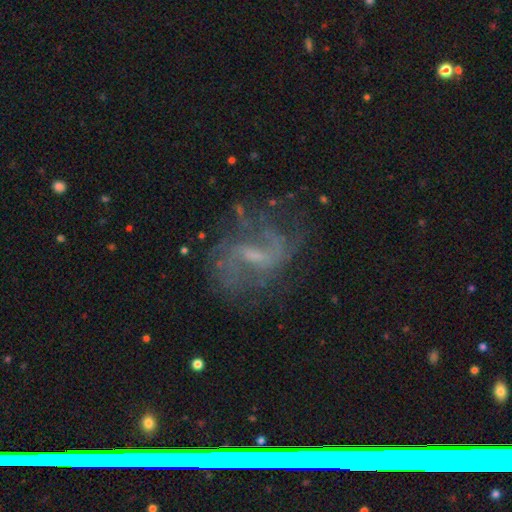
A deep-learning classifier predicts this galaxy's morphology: This is likely a featured or disk galaxy (78%). It is clearly not viewed edge-on (96%). Bar: possibly weak (57%). Spiral arm pattern: clearly yes (83%). Spiral arm count: possibly 2 (57%). Spiral winding: possibly loose (49%). Central bulge: possibly small (48%). Merging: possibly none (57%).